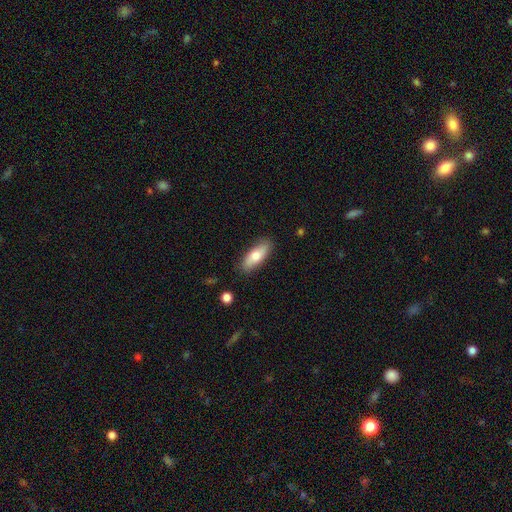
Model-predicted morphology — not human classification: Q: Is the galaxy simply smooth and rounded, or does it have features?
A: smooth — 73%.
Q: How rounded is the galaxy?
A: in between — 68%.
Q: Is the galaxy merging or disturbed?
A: none — 86%.